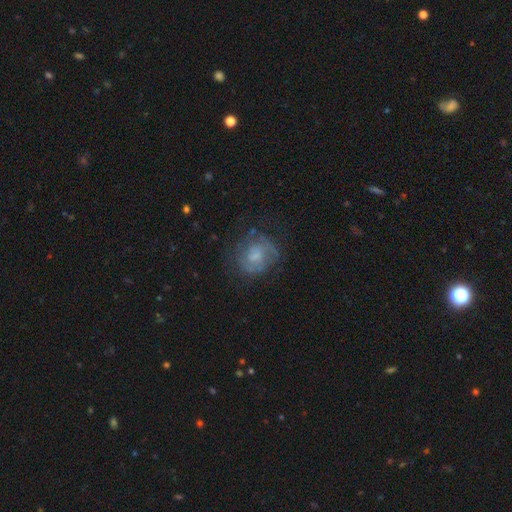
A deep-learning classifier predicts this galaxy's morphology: A featured or disk galaxy (57%) with no bar (62%), spiral arms (74%) and a moderate central bulge (36%, tied with small).

Vote fractions:
- Smooth or featured? featured or disk: 57% / smooth: 33% / star or artifact: 10%
- Edge-on disk? no: 97% / yes: 3%
- Bar? no: 62% / weak: 33% / strong: 5%
- Spiral arms? yes: 74% / no: 26%
- Bulge size? moderate: 36% (tied) / small: 36% (tied) / none: 19% / large: 7% / dominant: 1%
- Merging? none: 62% / minor disturbance: 22% / major disturbance: 15% / merger: 2%